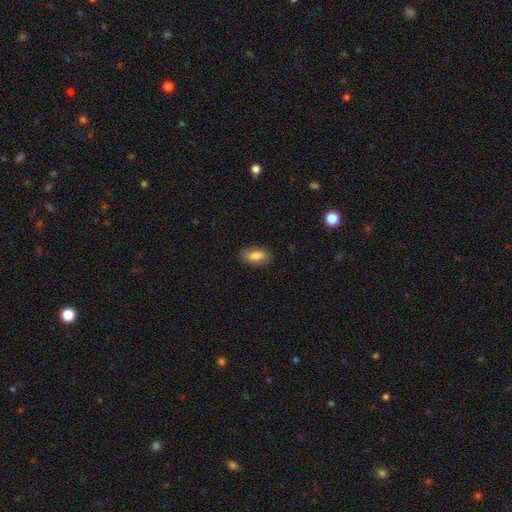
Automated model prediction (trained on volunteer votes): Smooth or featured? Predicted: smooth (p=0.83). How rounded? Predicted: in between (p=0.89). Merging? Predicted: none (p=0.85).